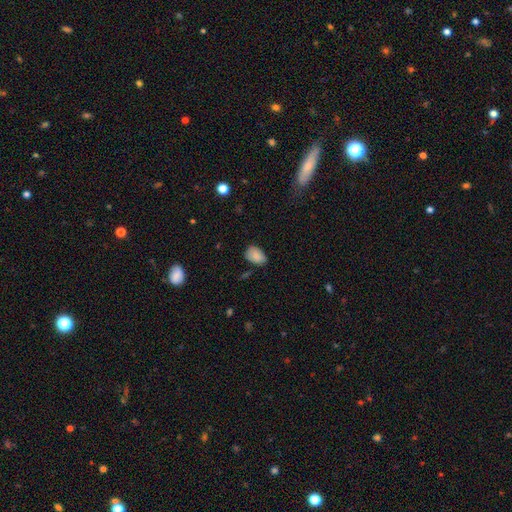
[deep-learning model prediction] The model was most divided on "merging": none: 67%, minor disturbance: 26%, major disturbance: 5%, merger: 2%. More confident: smooth or featured — smooth (86%); how rounded — in between (84%).